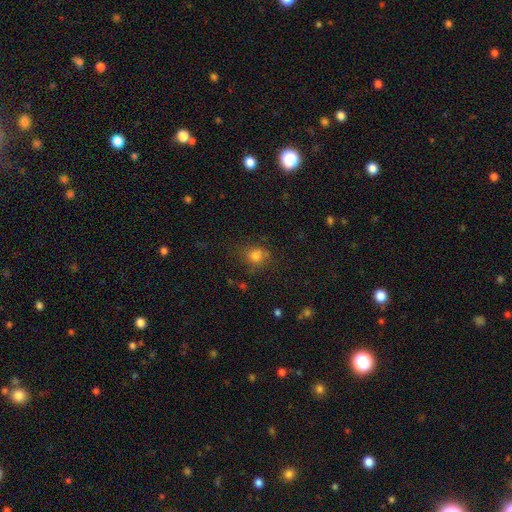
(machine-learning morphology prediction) The model was most divided on "merging": none: 68%, minor disturbance: 18%, major disturbance: 8%, merger: 6%. More confident: how rounded — round (78%); smooth or featured — smooth (77%).